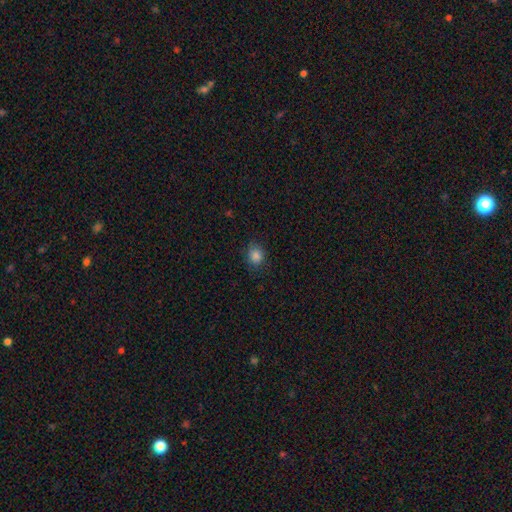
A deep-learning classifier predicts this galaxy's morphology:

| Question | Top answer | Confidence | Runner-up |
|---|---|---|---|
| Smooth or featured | smooth | 84% | star or artifact (11%) |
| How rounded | round | 73% | in between (27%) |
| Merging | none | 82% | minor disturbance (13%) |